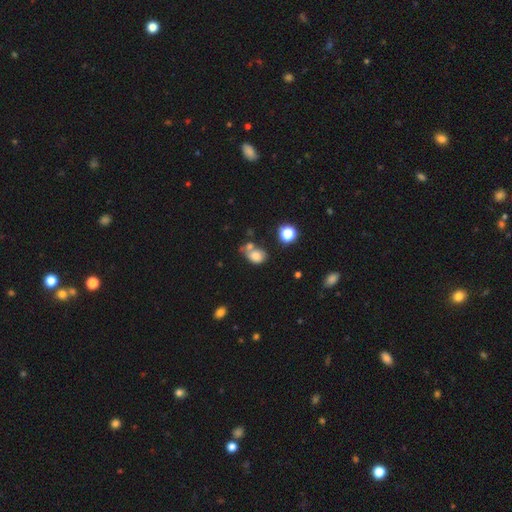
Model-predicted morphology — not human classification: This is likely a smooth galaxy (75%). How rounded: possibly in between (59%). Merging: marginally none (38%).